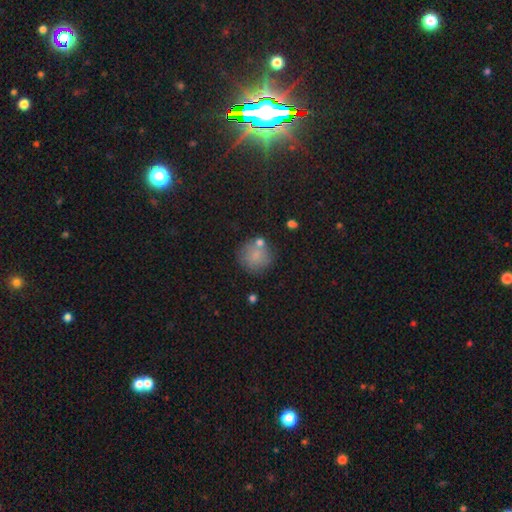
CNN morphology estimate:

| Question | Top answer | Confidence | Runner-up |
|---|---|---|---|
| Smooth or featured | smooth | 77% | featured or disk (13%) |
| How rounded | round | 91% | in between (8%) |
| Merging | none | 68% | minor disturbance (15%) |